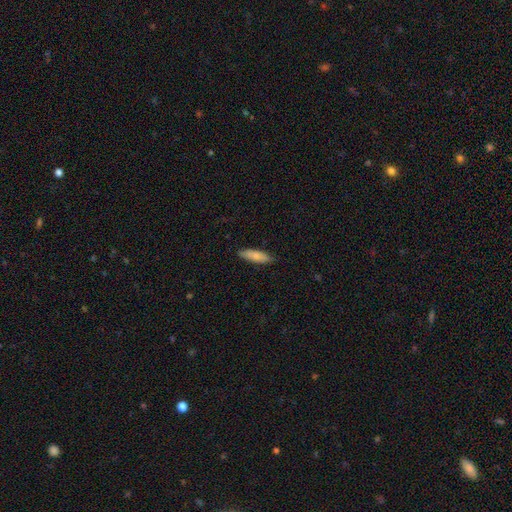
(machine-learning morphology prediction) Smooth or featured? smooth (82%)
How rounded? cigar-shaped (56%)
Merging? none (86%)